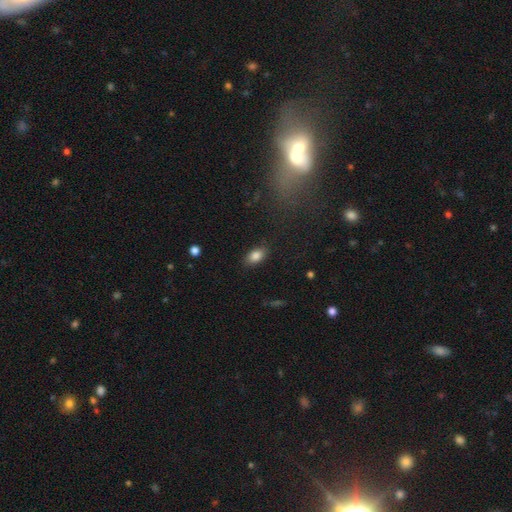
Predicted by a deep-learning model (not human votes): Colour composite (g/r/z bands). It shows a smooth galaxy with no disk features (85%) that is in between round and cigar-shaped (89%). Merging: none (83%).